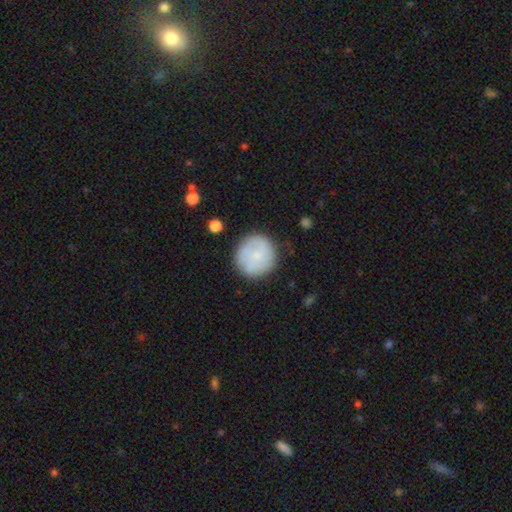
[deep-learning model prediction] Smooth or featured? Predicted: smooth (p=0.63). How rounded? Predicted: round (p=0.93). Merging? Predicted: none (p=0.81).